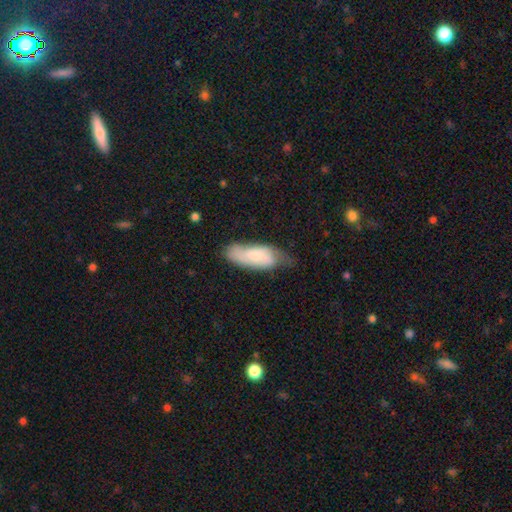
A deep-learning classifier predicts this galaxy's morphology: smooth 66%, featured or disk 27%, star or artifact 7%. Down the decision tree: how rounded — in between (72%); merging — none (47%).